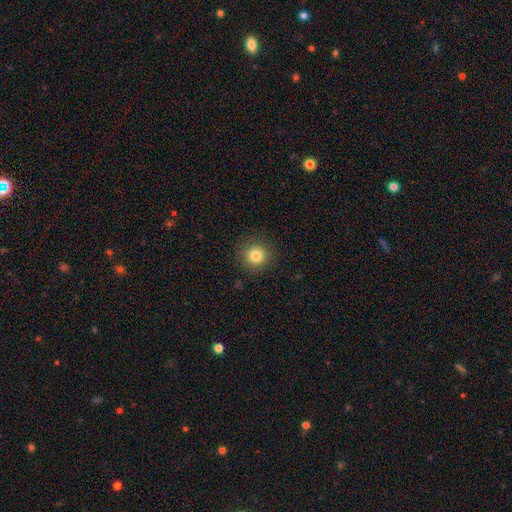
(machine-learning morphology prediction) Overall: smooth (81%). How rounded: round (94%). Merging: none (90%).